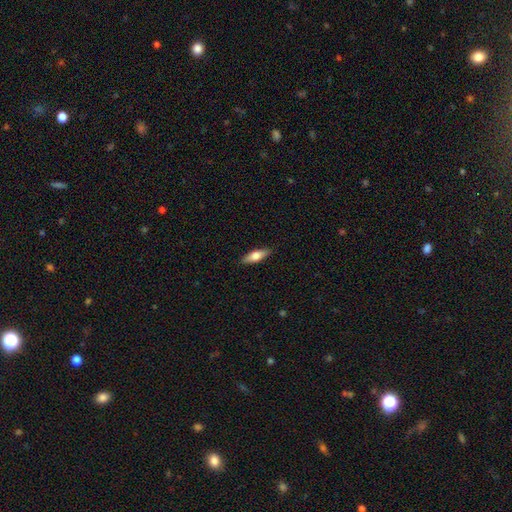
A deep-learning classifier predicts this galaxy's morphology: Smooth or featured?
  - smooth: 66% *
  - featured or disk: 28%
  - star or artifact: 6%
How rounded?
  - in between: 56% *
  - cigar-shaped: 42%
  - round: 2%
Merging?
  - none: 89% *
  - minor disturbance: 9%
  - major disturbance: 2%
  - merger: 1%